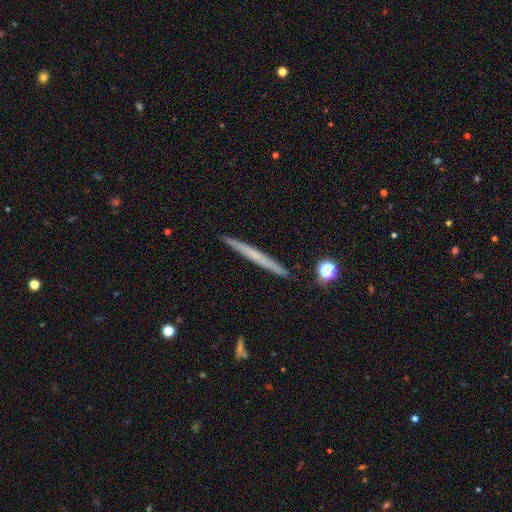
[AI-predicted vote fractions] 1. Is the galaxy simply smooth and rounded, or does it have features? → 48% featured or disk, 45% smooth, 7% star or artifact.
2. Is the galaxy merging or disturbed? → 92% none, 6% minor disturbance, 1% merger, 1% major disturbance.